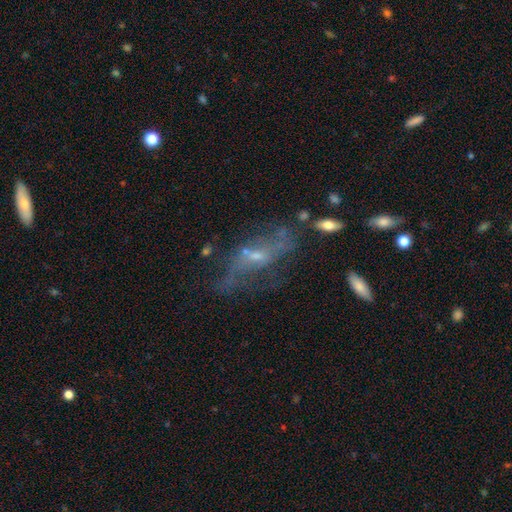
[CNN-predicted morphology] smooth_or_featured: featured or disk (p=0.66) [alt: smooth p=0.20]
disk_edge_on: no (p=0.85) [alt: yes p=0.15]
bar: no (p=0.55) [alt: weak p=0.34]
has_spiral_arms: yes (p=0.51) [alt: no p=0.49]
bulge_size: small (p=0.60) [alt: moderate p=0.27]
merging: none (p=0.44) [alt: major disturbance p=0.27]